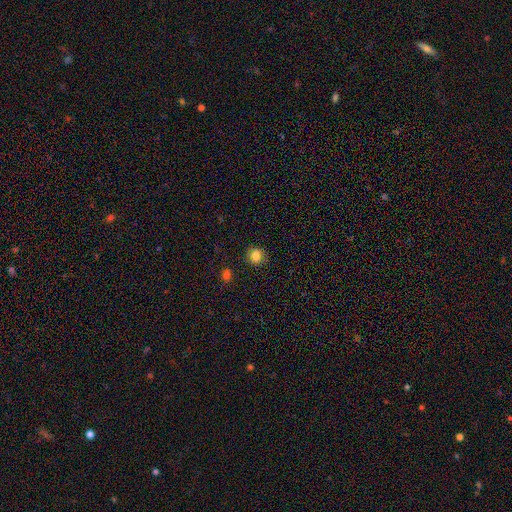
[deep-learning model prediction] The model was most divided on "how rounded": round: 81%, in between: 18%, cigar-shaped: 1%. More confident: merging — none (86%); smooth or featured — smooth (82%).